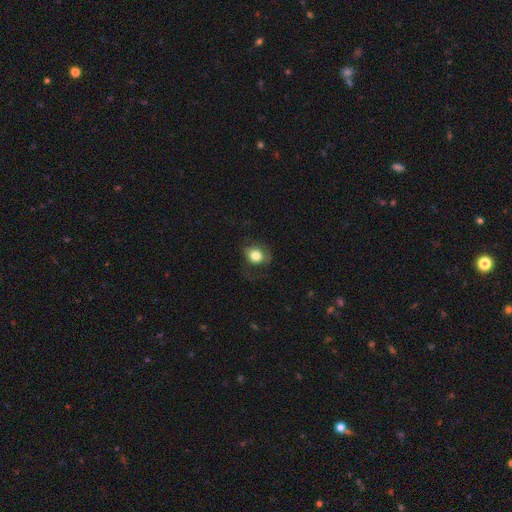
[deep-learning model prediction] Smooth or featured: smooth — 78% (featured or disk — 13%)
How rounded: round — 62% (in between — 37%)
Merging: none — 65% (minor disturbance — 20%)